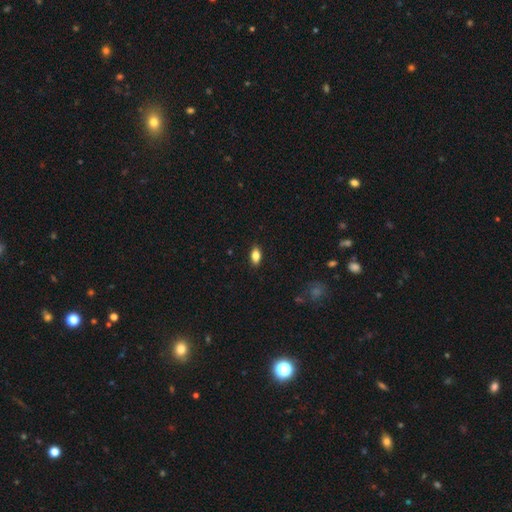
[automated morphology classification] Smooth or featured? smooth (81%)
How rounded? in between (87%)
Merging? none (88%)